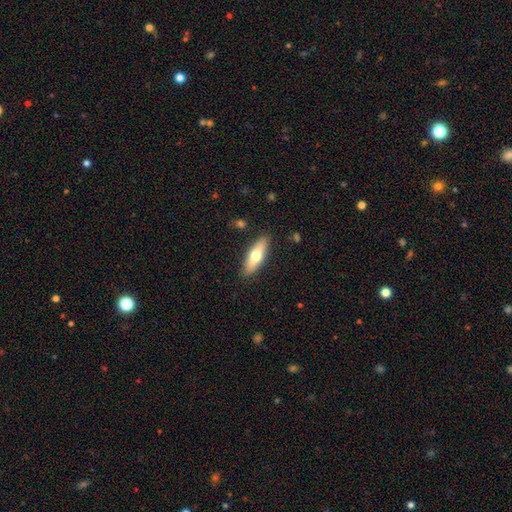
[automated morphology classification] A smooth galaxy with no disk features (60%) that is in between round and cigar-shaped (49%).

Vote fractions:
- Smooth or featured? smooth: 60% / featured or disk: 34% / star or artifact: 6%
- How rounded? in between: 49% / cigar-shaped: 48% / round: 2%
- Merging? none: 88% / minor disturbance: 9% / major disturbance: 2% / merger: 1%